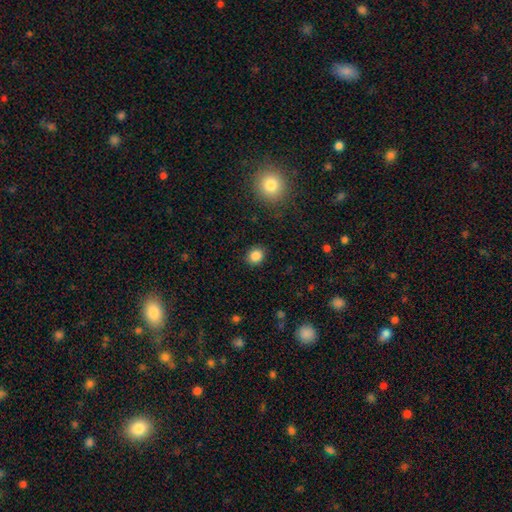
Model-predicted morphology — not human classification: Smooth or featured? Predicted: smooth (p=0.86). How rounded? Predicted: round (p=0.73). Merging? Predicted: none (p=0.89).